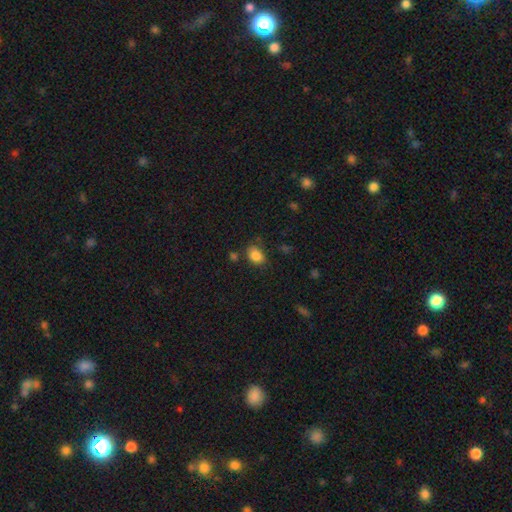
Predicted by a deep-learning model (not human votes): Morphology: type=smooth (85%); roundness=in between (66%); merging=none (74%).